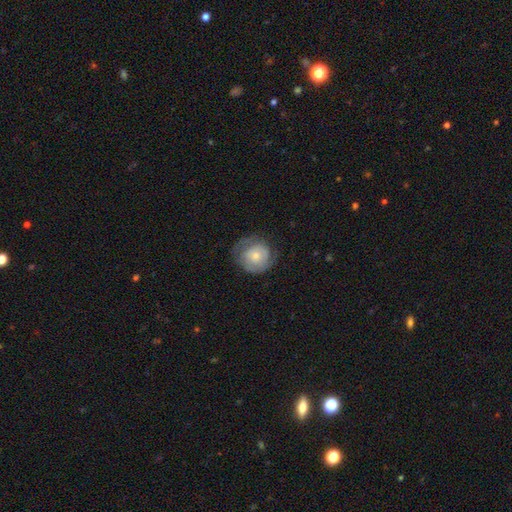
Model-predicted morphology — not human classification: This appears to be a smooth galaxy with no disk features (47%, tied with featured or disk). Merging: none (58%).